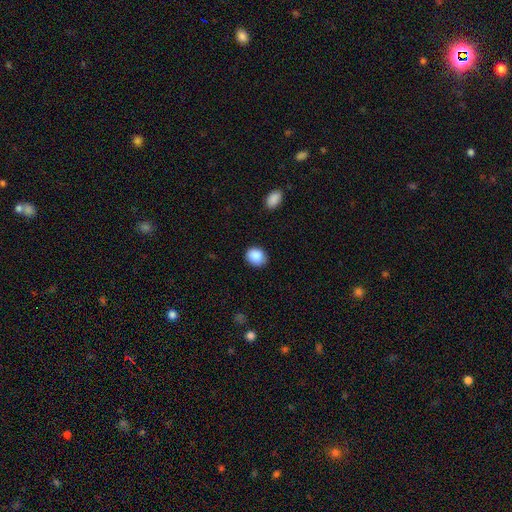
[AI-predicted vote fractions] smooth 89%, star or artifact 8%, featured or disk 4%. Down the decision tree: how rounded — round (56%); merging — none (82%).